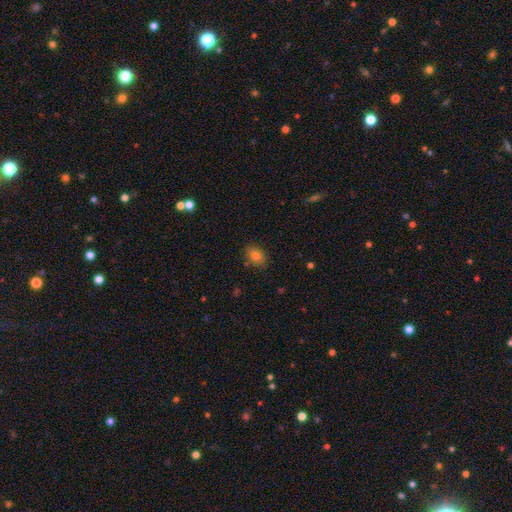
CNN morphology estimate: Smooth or featured? Predicted: smooth (p=0.80). How rounded? Predicted: in between (p=0.75). Merging? Predicted: none (p=0.82).